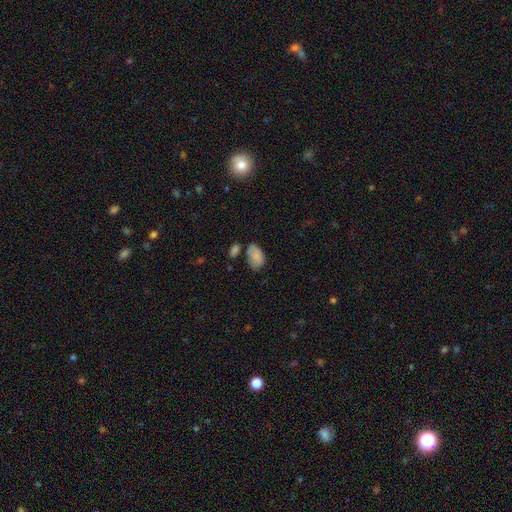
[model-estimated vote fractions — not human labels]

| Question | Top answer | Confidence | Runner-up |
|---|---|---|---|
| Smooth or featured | smooth | 83% | featured or disk (9%) |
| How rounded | in between | 92% | round (7%) |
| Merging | none | 49% | minor disturbance (29%) |